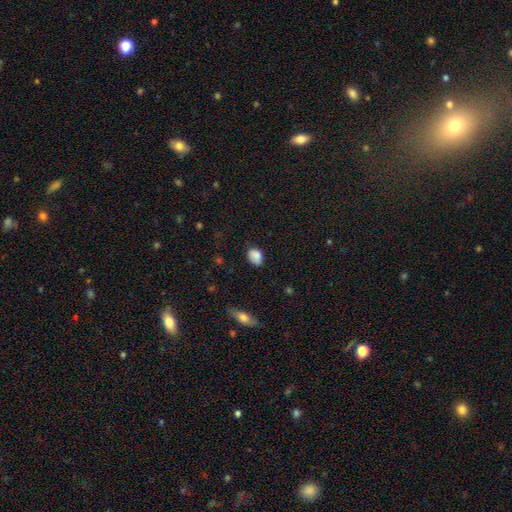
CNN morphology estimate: Smooth or featured?
  - smooth: 85% *
  - star or artifact: 9%
  - featured or disk: 6%
How rounded?
  - in between: 67% *
  - round: 31%
  - cigar-shaped: 1%
Merging?
  - none: 72% *
  - minor disturbance: 22%
  - major disturbance: 4%
  - merger: 2%